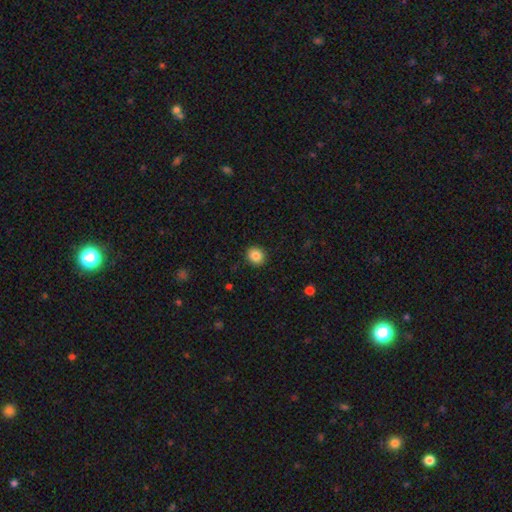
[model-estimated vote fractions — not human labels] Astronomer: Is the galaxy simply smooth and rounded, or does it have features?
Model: smooth — 85%.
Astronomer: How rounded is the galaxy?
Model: round — 81%.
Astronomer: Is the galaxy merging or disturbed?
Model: none — 92%.